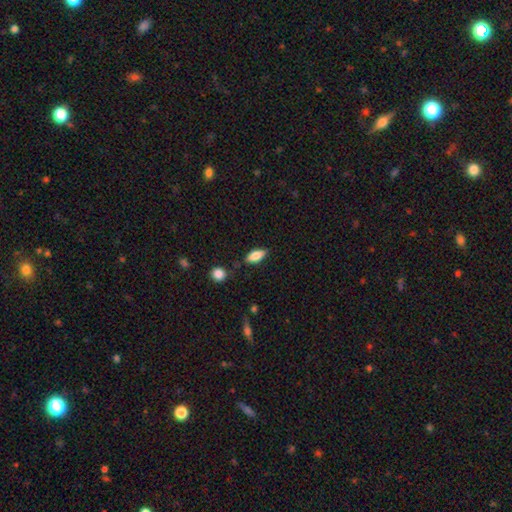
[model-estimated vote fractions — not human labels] This is likely a smooth galaxy (78%). How rounded: likely in between (79%). Merging: likely none (78%).